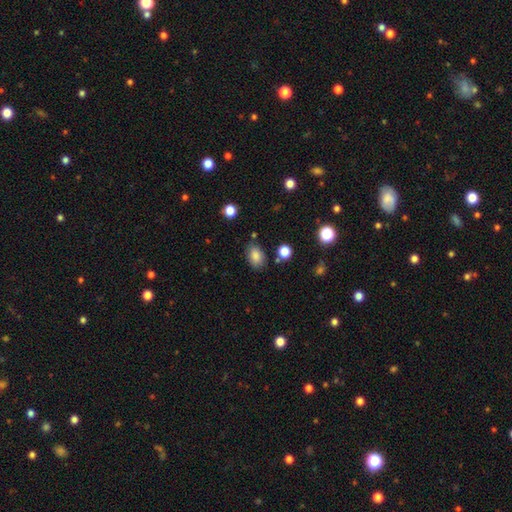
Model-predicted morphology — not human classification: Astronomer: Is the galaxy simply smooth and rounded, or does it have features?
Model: smooth — 84%.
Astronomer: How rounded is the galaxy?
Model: in between — 79%.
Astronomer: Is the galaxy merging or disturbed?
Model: none — 77%.